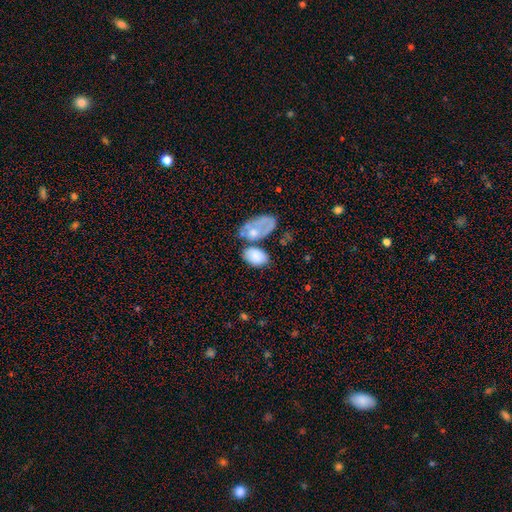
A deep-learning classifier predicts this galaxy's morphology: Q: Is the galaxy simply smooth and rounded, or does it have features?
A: smooth — 76%.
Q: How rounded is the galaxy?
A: in between — 91%.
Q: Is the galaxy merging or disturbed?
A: none — 40%.